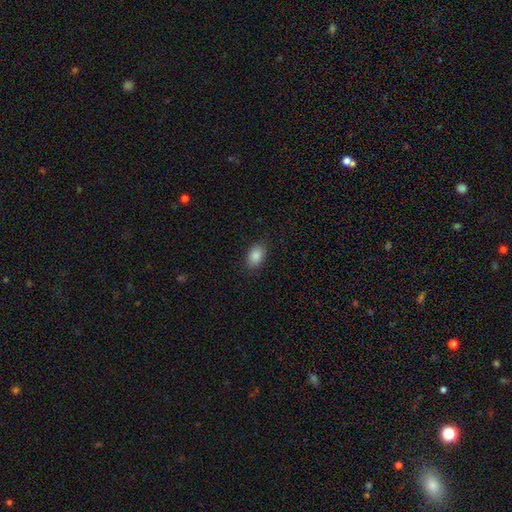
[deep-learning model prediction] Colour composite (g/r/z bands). It shows a smooth galaxy with no disk features (88%) that is in between round and cigar-shaped (88%). Merging: none (86%).